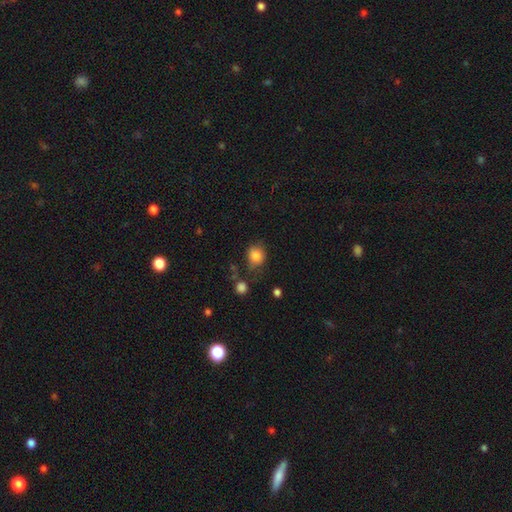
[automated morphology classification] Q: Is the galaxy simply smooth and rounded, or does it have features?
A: smooth — 84%.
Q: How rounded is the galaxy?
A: round — 68%.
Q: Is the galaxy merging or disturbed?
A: none — 64%.